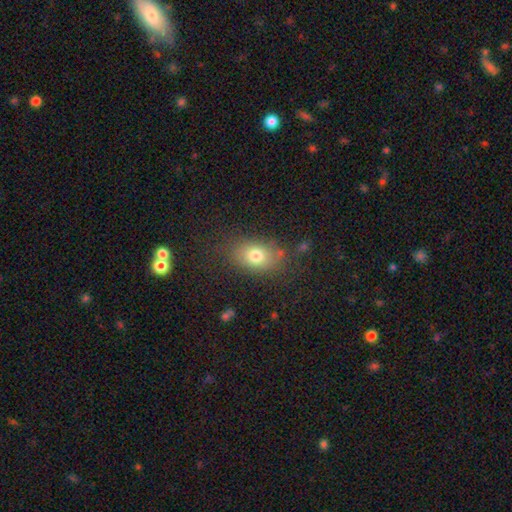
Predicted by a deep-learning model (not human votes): Q: Smooth or featured?
A: smooth (75%); runner-up: featured or disk (13%)
Q: How rounded?
A: in between (74%); runner-up: round (24%)
Q: Merging?
A: none (74%); runner-up: minor disturbance (15%)